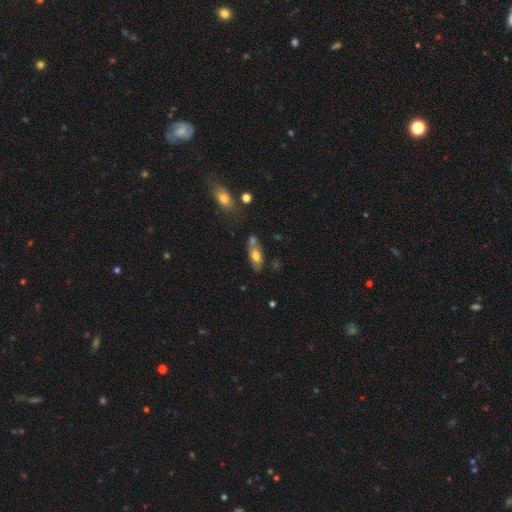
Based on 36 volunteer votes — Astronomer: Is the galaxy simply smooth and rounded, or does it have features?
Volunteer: smooth — 64%.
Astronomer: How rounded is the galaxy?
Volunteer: in between — 78%.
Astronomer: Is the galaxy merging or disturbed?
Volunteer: none — 69%.